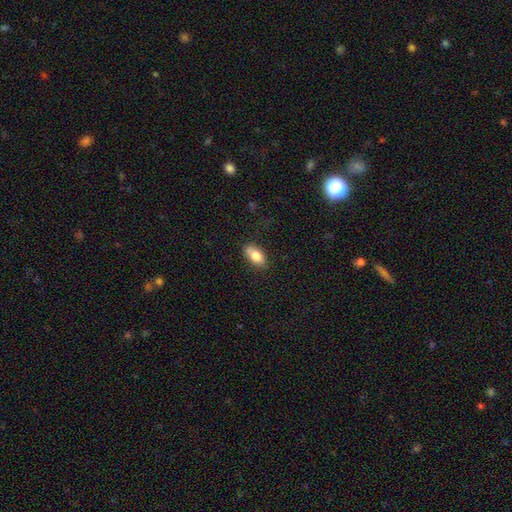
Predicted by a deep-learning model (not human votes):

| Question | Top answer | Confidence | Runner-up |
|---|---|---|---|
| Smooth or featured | smooth | 80% | featured or disk (13%) |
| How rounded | in between | 90% | cigar-shaped (5%) |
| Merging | none | 76% | minor disturbance (18%) |